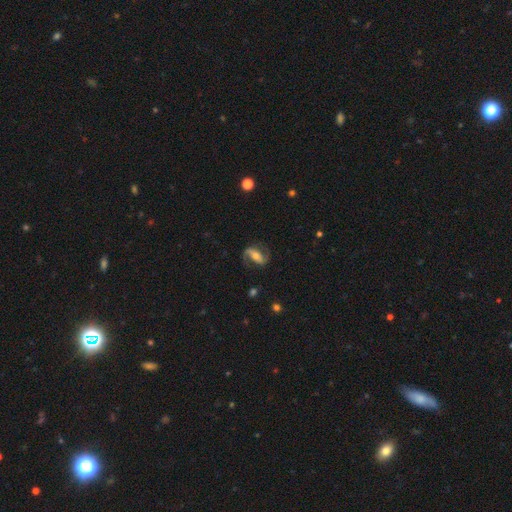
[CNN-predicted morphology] type=featured or disk (80%); edge-on=no (94%); bar=strong (49%); spiral arms=yes (93%); winding=medium (42%); arm count=2 (89%); bulge=moderate (52%); merging=none (75%).